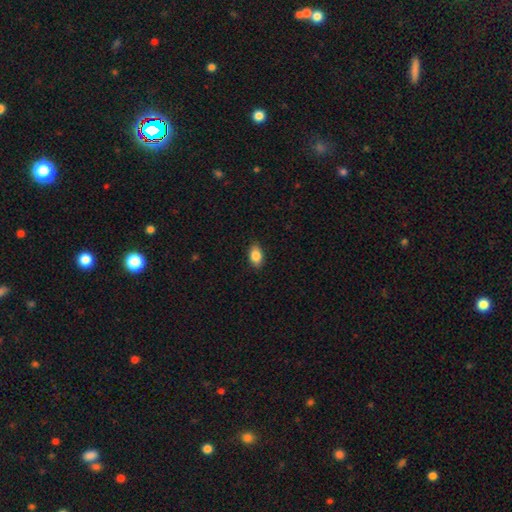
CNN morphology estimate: Overall: smooth (86%). How rounded: in between (88%). Merging: none (87%).